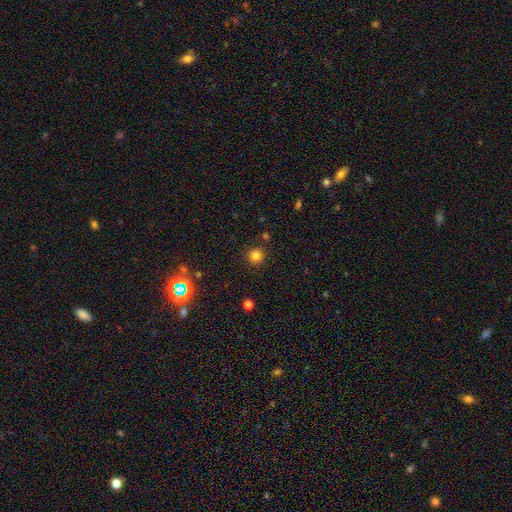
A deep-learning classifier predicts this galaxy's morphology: Overall: smooth (81%). How rounded: round (94%). Merging: none (89%).